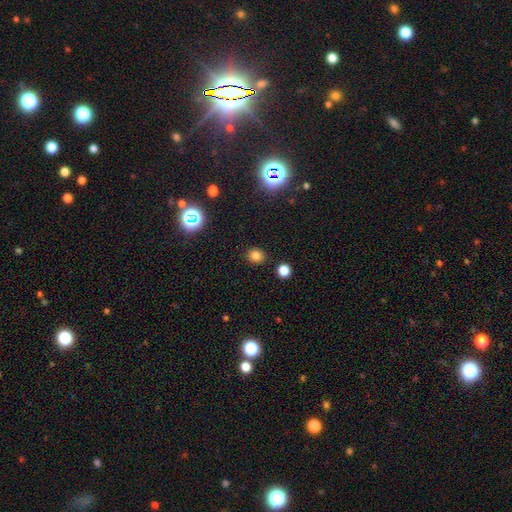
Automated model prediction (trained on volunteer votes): A smooth galaxy with no disk features (78%) that is round (69%).

Vote fractions:
- Smooth or featured? smooth: 78% / star or artifact: 17% / featured or disk: 5%
- How rounded? round: 69% / in between: 30% / cigar-shaped: 1%
- Merging? none: 88% / minor disturbance: 8% / merger: 2% / major disturbance: 2%